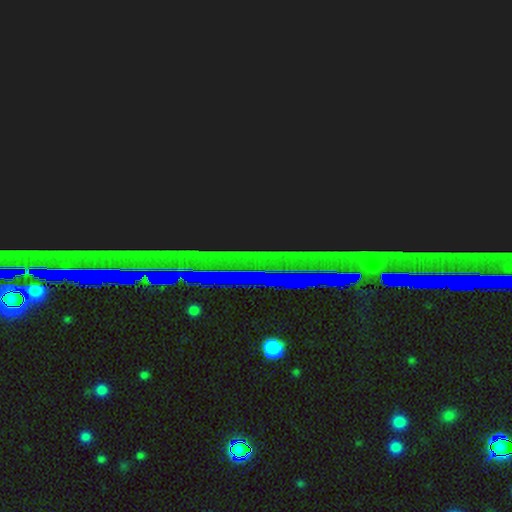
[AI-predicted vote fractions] This appears to be a star or artifact, not a galaxy (74%).